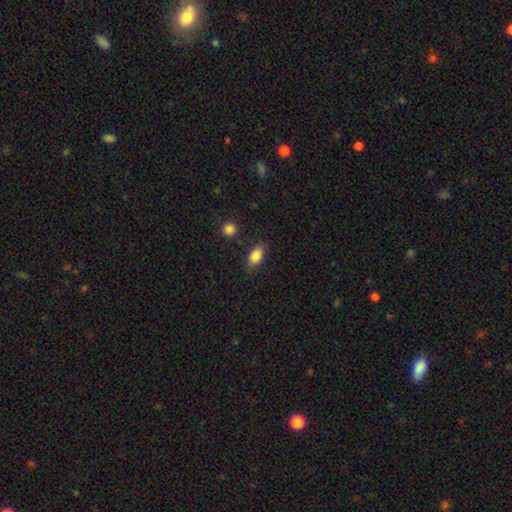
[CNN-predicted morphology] A smooth galaxy with no disk features (85%) that is in between round and cigar-shaped (87%). Merging: none (81%).